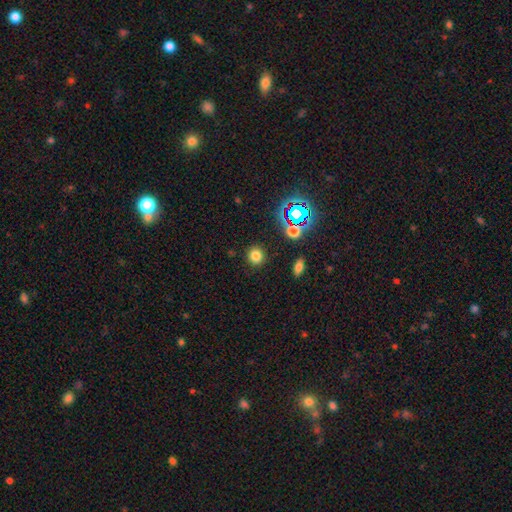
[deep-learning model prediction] Smooth or featured: smooth — 75% (star or artifact — 19%)
How rounded: round — 88% (in between — 11%)
Merging: none — 89% (minor disturbance — 7%)